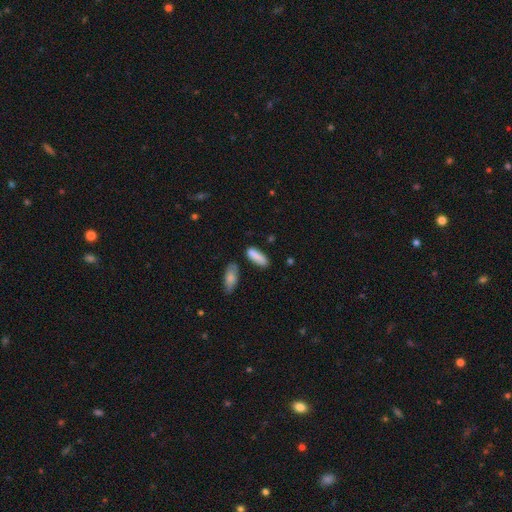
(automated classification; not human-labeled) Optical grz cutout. It shows a smooth galaxy with no disk features (86%) that is in between round and cigar-shaped (56%). Merging: none (72%).